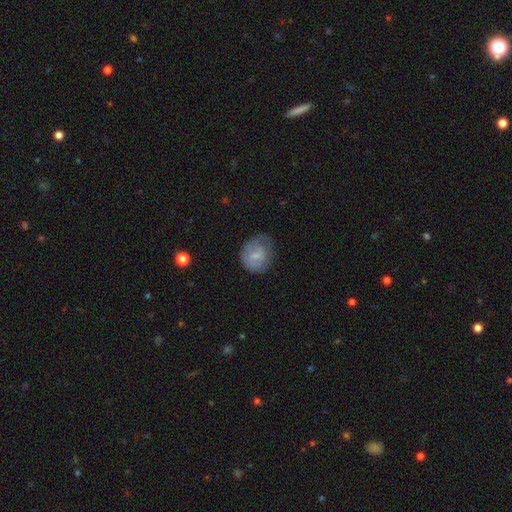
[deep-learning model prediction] Morphology: type=smooth (65%); roundness=round (64%); merging=none (53%).